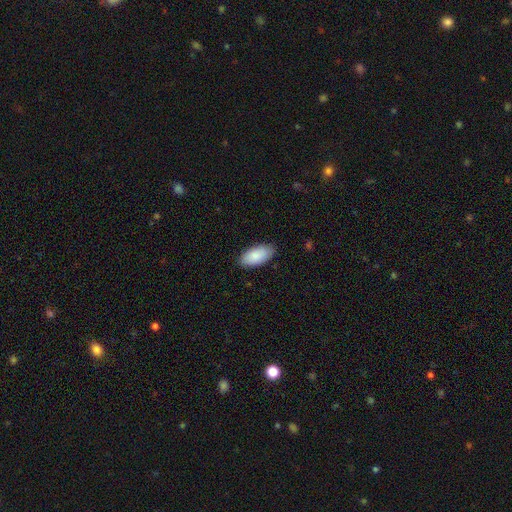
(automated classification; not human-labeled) Smooth or featured?
  - smooth: 86% *
  - featured or disk: 8%
  - star or artifact: 6%
How rounded?
  - in between: 94% *
  - cigar-shaped: 4%
  - round: 2%
Merging?
  - none: 86% *
  - minor disturbance: 11%
  - major disturbance: 2%
  - merger: 1%